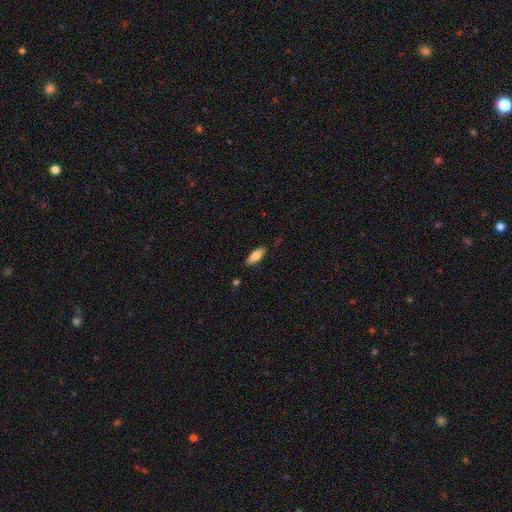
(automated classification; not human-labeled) smooth 81%, featured or disk 12%, star or artifact 6%. Down the decision tree: how rounded — in between (77%); merging — none (84%).